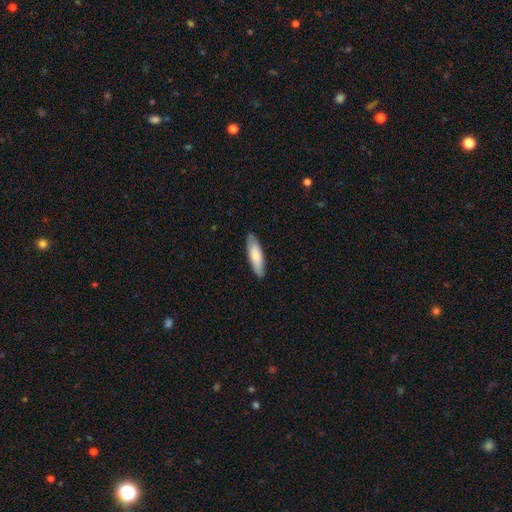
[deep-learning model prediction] A smooth galaxy with no disk features (78%) that is cigar-shaped (58%).

Vote fractions:
- Smooth or featured? smooth: 78% / featured or disk: 17% / star or artifact: 5%
- How rounded? cigar-shaped: 58% / in between: 41% / round: 1%
- Merging? none: 87% / minor disturbance: 11% / major disturbance: 2% / merger: 1%